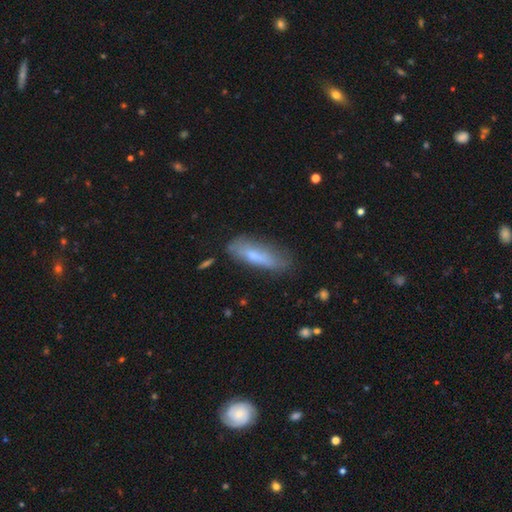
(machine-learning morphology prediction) Smooth or featured? Predicted: smooth (p=0.70). How rounded? Predicted: cigar-shaped (p=0.55). Merging? Predicted: none (p=0.62).